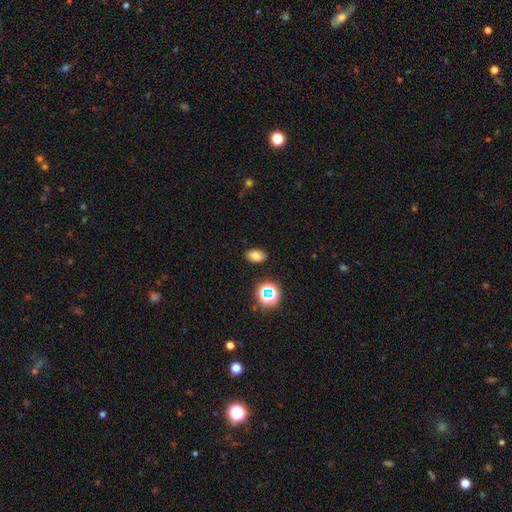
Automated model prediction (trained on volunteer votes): This is likely a smooth galaxy (77%). How rounded: clearly in between (86%). Merging: clearly none (87%).